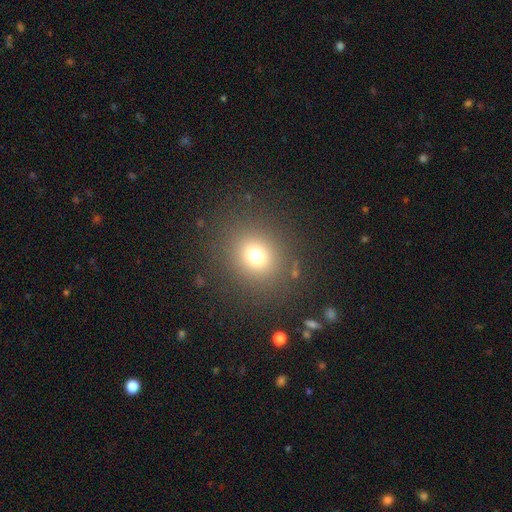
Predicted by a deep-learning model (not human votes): This is likely a smooth galaxy (71%). How rounded: clearly round (81%). Merging: clearly none (86%).